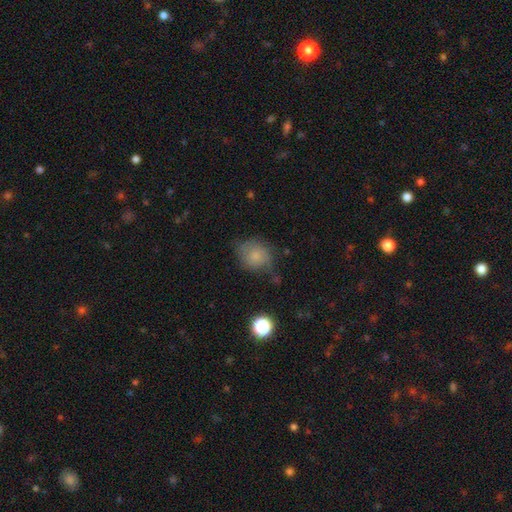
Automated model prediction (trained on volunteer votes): smooth_or_featured: smooth (p=0.71) [alt: featured or disk p=0.18]
how_rounded: round (p=0.71) [alt: in between p=0.28]
merging: none (p=0.55) [alt: minor disturbance p=0.31]